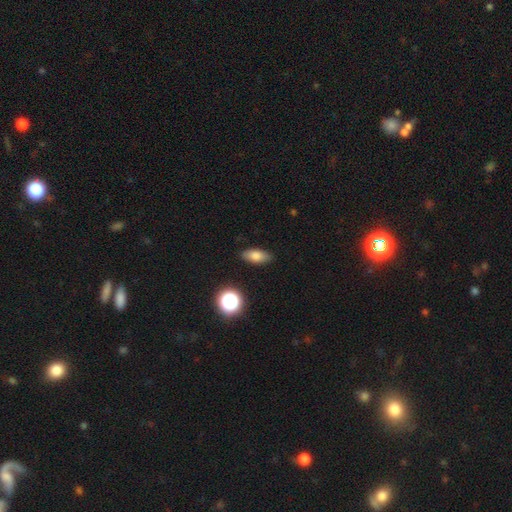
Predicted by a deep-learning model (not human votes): This is likely a smooth galaxy (78%). How rounded: clearly in between (81%). Merging: clearly none (87%).